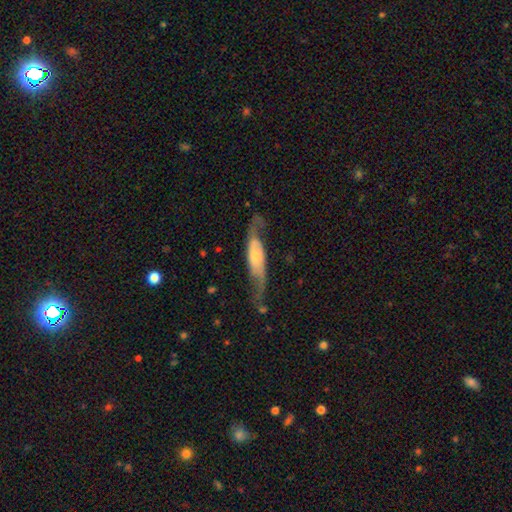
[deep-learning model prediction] A featured or disk galaxy (70%).

Vote fractions:
- Smooth or featured? featured or disk: 70% / smooth: 25% / star or artifact: 5%
- Edge-on disk? no: 71% / yes: 29%
- Merging? none: 54% / minor disturbance: 23% / major disturbance: 20% / merger: 3%